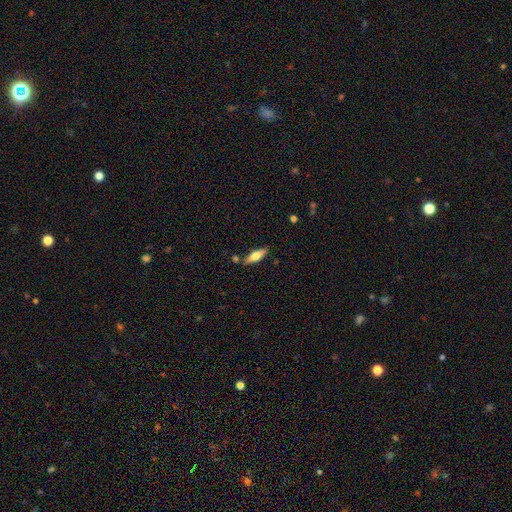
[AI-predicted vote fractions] A smooth galaxy with no disk features (52%) that is cigar-shaped (54%).

Vote fractions:
- Smooth or featured? smooth: 52% / featured or disk: 42% / star or artifact: 6%
- How rounded? cigar-shaped: 54% / in between: 43% / round: 2%
- Merging? none: 82% / minor disturbance: 11% / merger: 5% / major disturbance: 2%